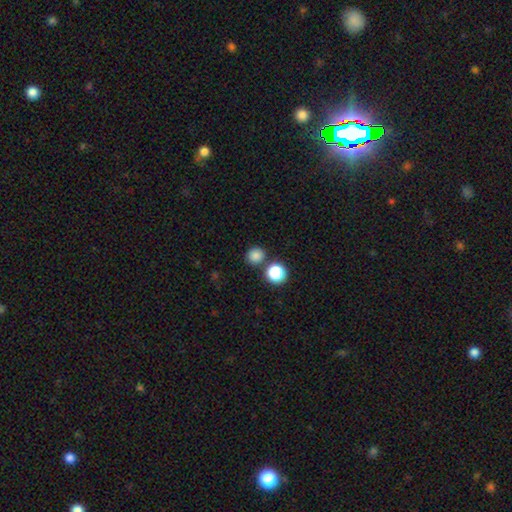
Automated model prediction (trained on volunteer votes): smooth_or_featured: smooth (p=0.82) [alt: star or artifact p=0.14]
how_rounded: round (p=0.89) [alt: in between p=0.10]
merging: none (p=0.80) [alt: merger p=0.11]